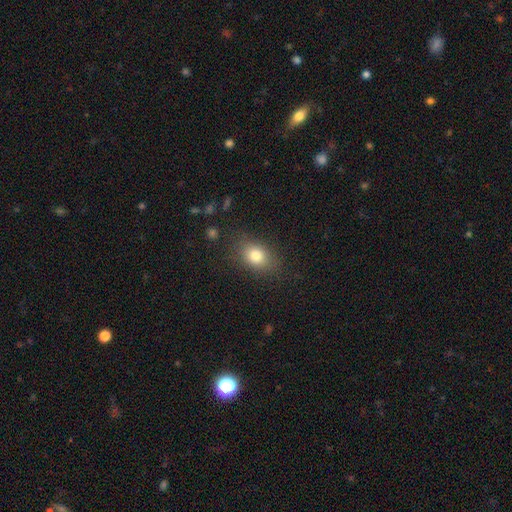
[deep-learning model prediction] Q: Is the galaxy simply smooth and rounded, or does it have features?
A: smooth — 80%.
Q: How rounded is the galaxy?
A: in between — 68%.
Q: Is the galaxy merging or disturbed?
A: none — 81%.